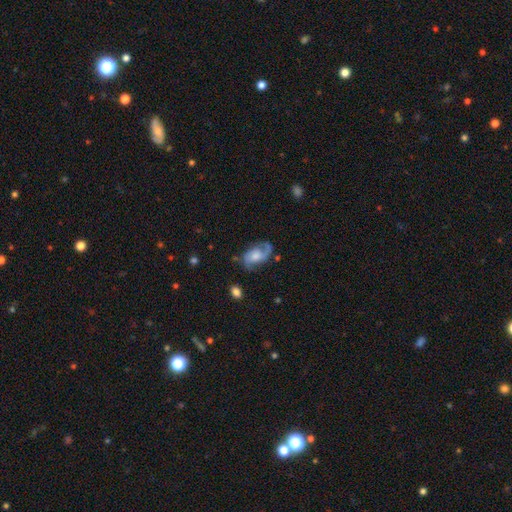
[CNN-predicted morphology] smooth-or-featured: featured or disk: 74% | smooth: 19% | star or artifact: 7%
  disk-edge-on: no: 96% | yes: 4%
    bar: no: 62% | weak: 32% | strong: 6%
    has-spiral-arms: yes: 92% | no: 8%
      spiral-winding: medium: 43% | loose: 41% | tight: 16%
      spiral-arm-count: 2: 75% | 1: 16% | can't tell: 6% | 3: 2% | 4: 1% | more than 4: 1%
    bulge-size: moderate: 41% | small: 27% | large: 18% | none: 11% | dominant: 3%
  merging: none: 57% | minor disturbance: 23% | major disturbance: 17% | merger: 3%